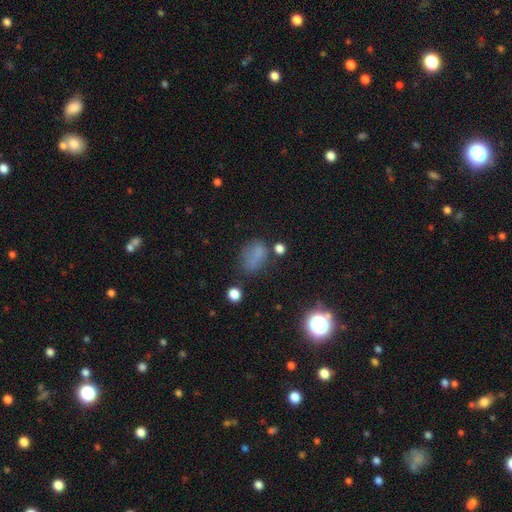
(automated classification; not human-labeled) smooth-or-featured: smooth: 67% | star or artifact: 21% | featured or disk: 12%
  how-rounded: in between: 75% | round: 23% | cigar-shaped: 3%
  merging: none: 53% | minor disturbance: 25% | major disturbance: 15% | merger: 7%